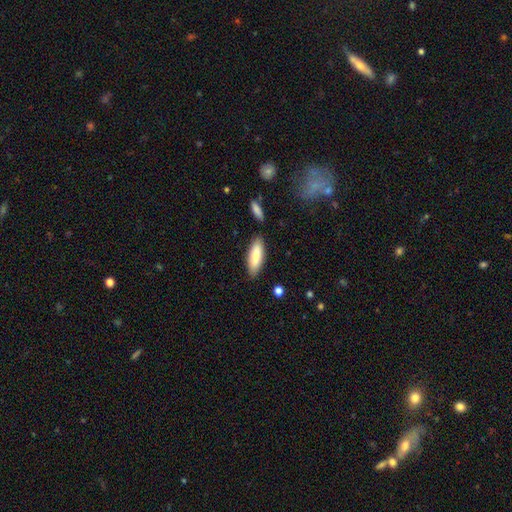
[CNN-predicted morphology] This appears to be a smooth galaxy with no disk features (82%) that is in between round and cigar-shaped (54%). Merging: none (84%).